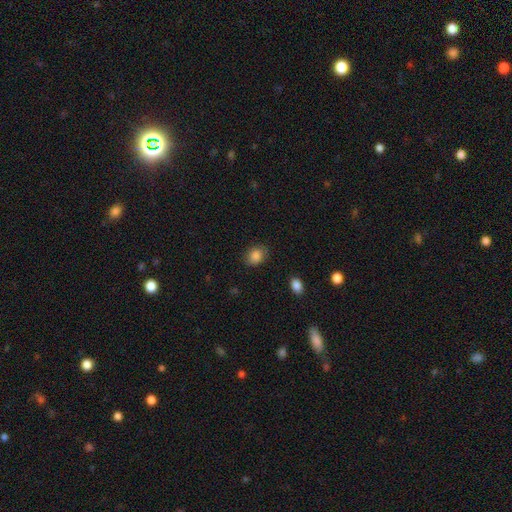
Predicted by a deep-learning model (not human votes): Smooth or featured: smooth — 87% (star or artifact — 9%)
How rounded: in between — 56% (round — 43%)
Merging: none — 82% (minor disturbance — 14%)